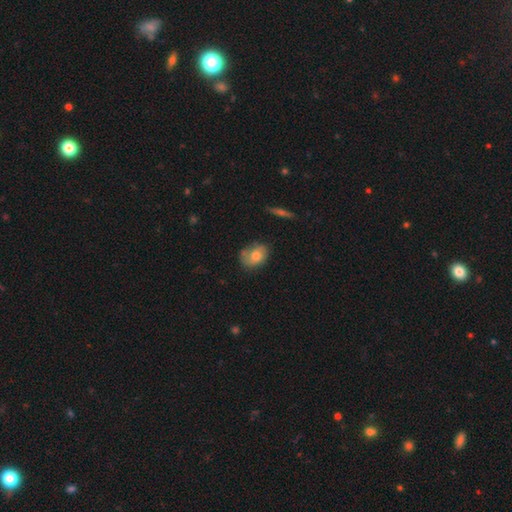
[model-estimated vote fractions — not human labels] Smooth or featured: smooth — 69% (featured or disk — 24%)
How rounded: in between — 70% (round — 29%)
Merging: none — 60% (minor disturbance — 28%)